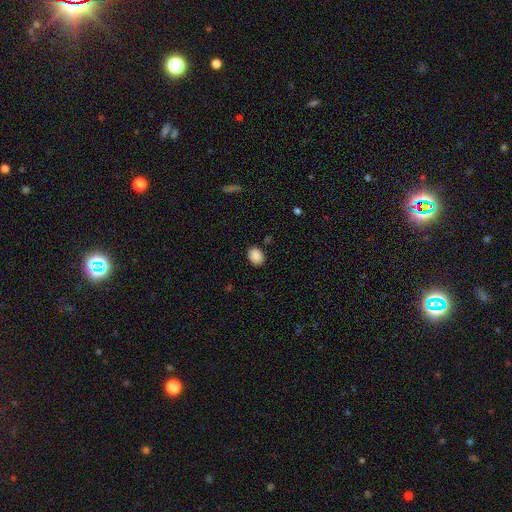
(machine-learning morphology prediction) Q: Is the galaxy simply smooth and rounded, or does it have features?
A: smooth — 89%.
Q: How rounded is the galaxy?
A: in between — 66%.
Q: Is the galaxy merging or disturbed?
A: none — 87%.